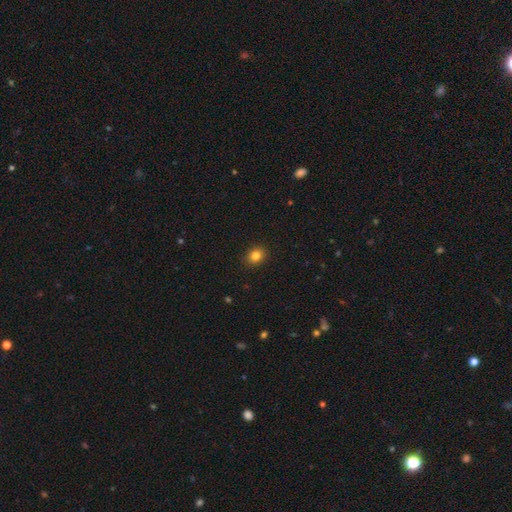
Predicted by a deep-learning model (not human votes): Smooth or featured? Predicted: smooth (p=0.82). How rounded? Predicted: round (p=0.58). Merging? Predicted: none (p=0.90).